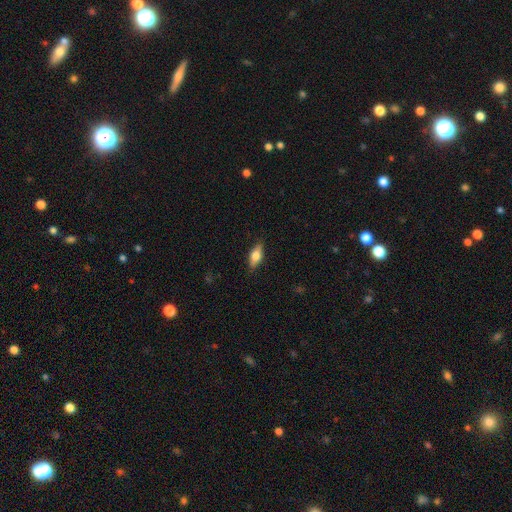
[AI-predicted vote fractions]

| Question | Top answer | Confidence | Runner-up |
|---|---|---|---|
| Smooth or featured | smooth | 69% | featured or disk (24%) |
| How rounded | in between | 77% | cigar-shaped (19%) |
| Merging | none | 85% | minor disturbance (11%) |